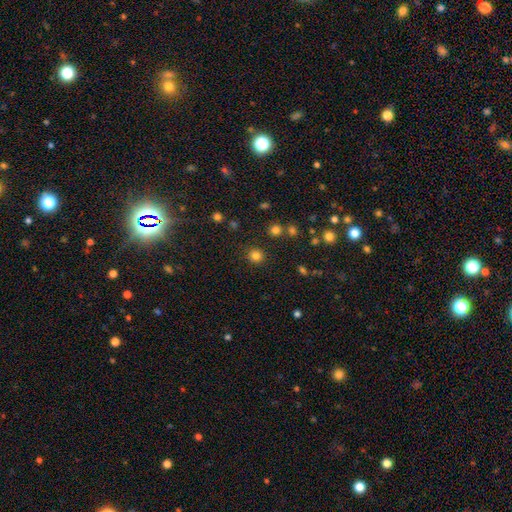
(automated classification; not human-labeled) A smooth galaxy with no disk features (81%) that is round (90%). Merging: none (89%).